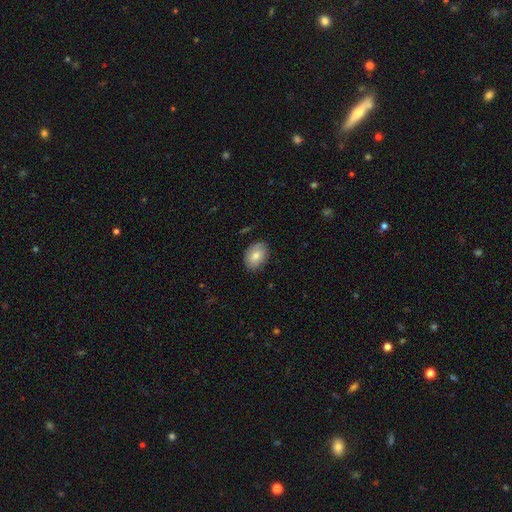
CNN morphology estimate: type=smooth (75%); roundness=in between (79%); merging=none (83%).